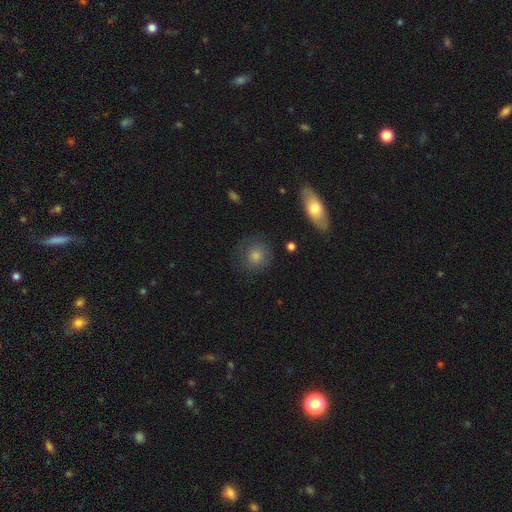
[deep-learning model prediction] Smooth or featured? smooth (65%)
How rounded? round (87%)
Merging? none (78%)